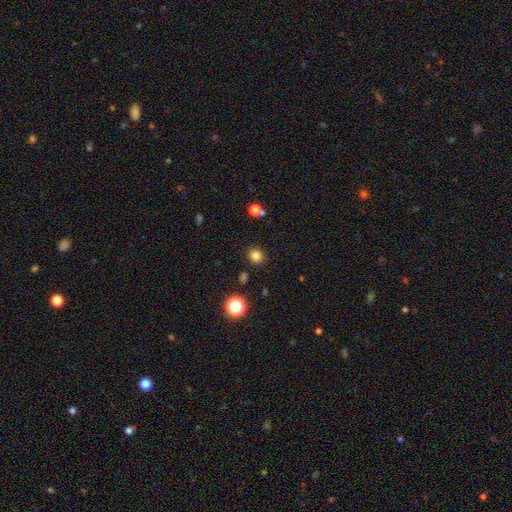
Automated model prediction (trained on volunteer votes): Smooth or featured? smooth (81%)
How rounded? round (87%)
Merging? none (88%)